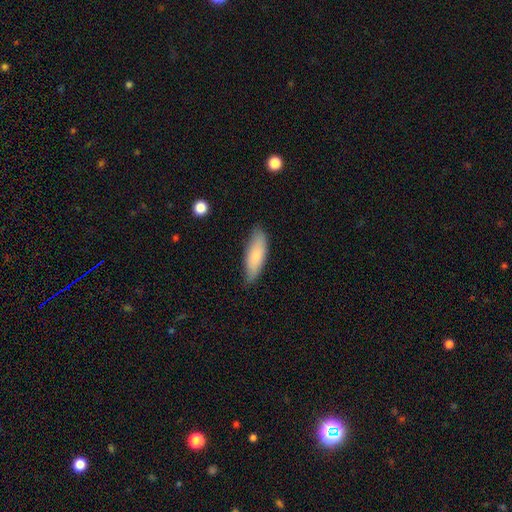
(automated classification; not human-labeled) Overall: smooth (78%). How rounded: in between (60%; cigar-shaped 38%). Merging: none (75%).